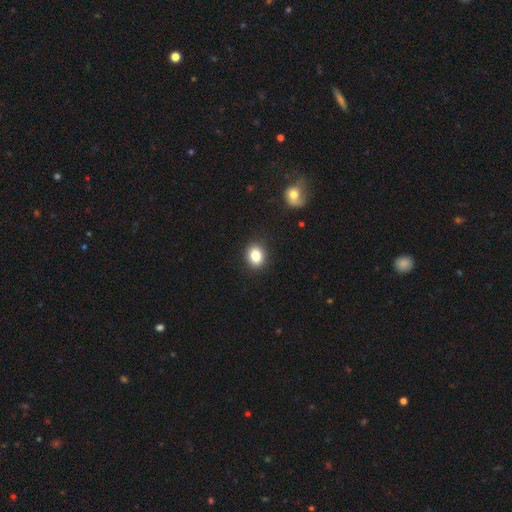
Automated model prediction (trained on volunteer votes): Smooth or featured? smooth (83%)
How rounded? round (51%)
Merging? none (90%)